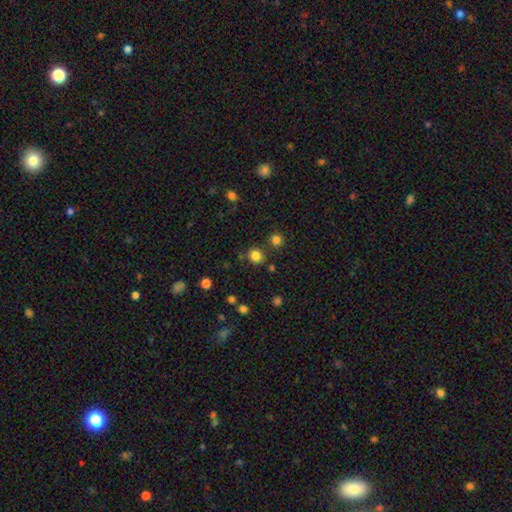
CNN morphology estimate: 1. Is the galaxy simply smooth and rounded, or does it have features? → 82% smooth, 14% star or artifact, 4% featured or disk.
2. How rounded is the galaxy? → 90% round, 9% in between, 1% cigar-shaped.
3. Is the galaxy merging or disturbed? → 83% none, 7% minor disturbance, 7% merger, 3% major disturbance.